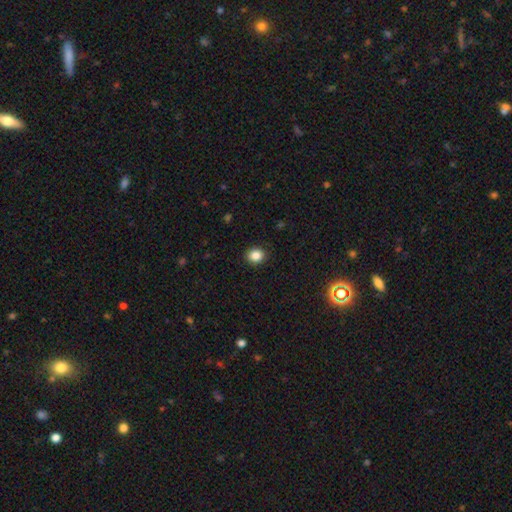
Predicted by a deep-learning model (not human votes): This appears to be a smooth galaxy with no disk features (86%) that is round (69%). Merging: none (90%).